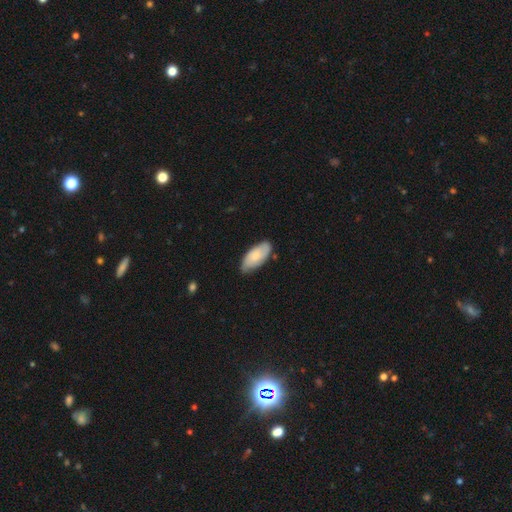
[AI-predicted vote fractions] Q: Smooth or featured?
A: smooth (66%); runner-up: featured or disk (29%)
Q: How rounded?
A: in between (90%); runner-up: cigar-shaped (8%)
Q: Merging?
A: none (72%); runner-up: minor disturbance (23%)